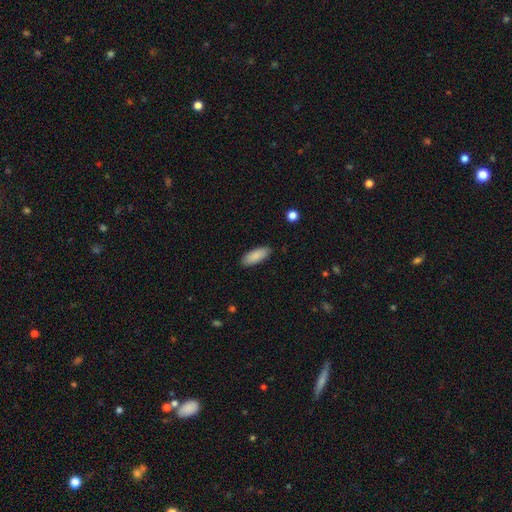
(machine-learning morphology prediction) Smooth or featured: smooth — 88% (star or artifact — 6%)
How rounded: in between — 76% (cigar-shaped — 23%)
Merging: none — 88% (minor disturbance — 9%)